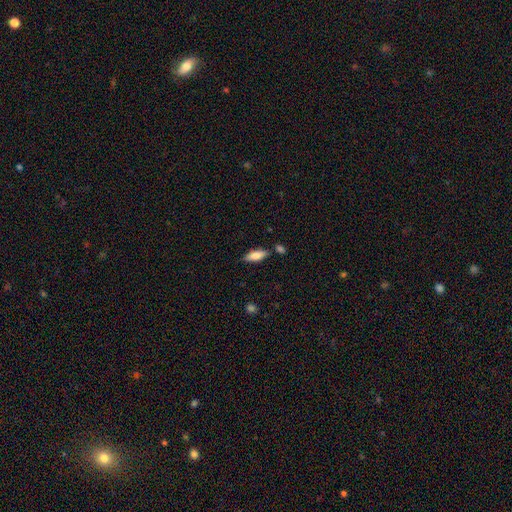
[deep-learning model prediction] smooth-or-featured: smooth: 71% | featured or disk: 22% | star or artifact: 6%
  how-rounded: in between: 62% | cigar-shaped: 36% | round: 2%
  merging: none: 77% | minor disturbance: 13% | merger: 7% | major disturbance: 3%